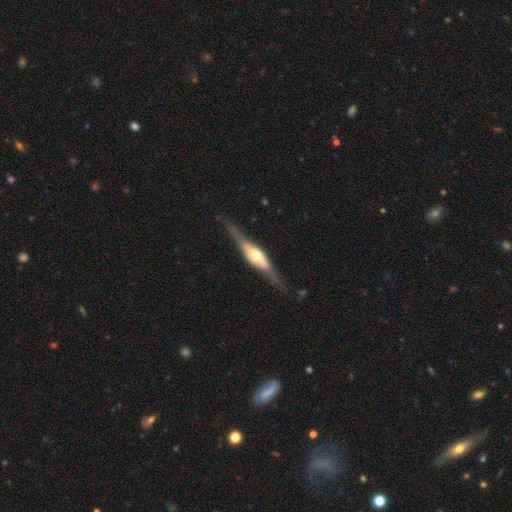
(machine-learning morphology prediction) A featured or disk galaxy (75%) viewed edge-on (92%) with a rounded central bulge (76%). Merging: none (76%).